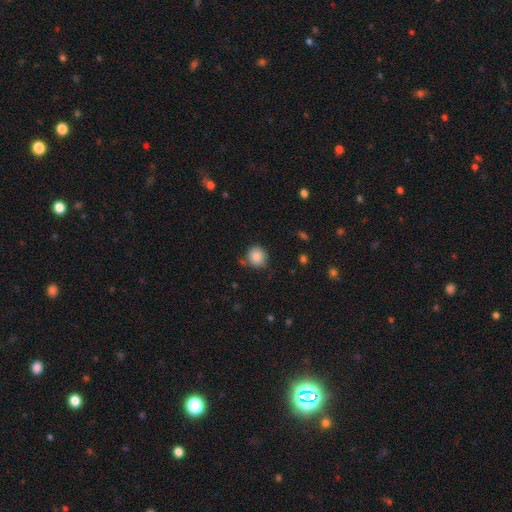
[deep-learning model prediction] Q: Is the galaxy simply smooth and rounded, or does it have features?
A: smooth — 86%.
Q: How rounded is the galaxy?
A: round — 88%.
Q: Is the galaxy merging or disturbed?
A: none — 78%.